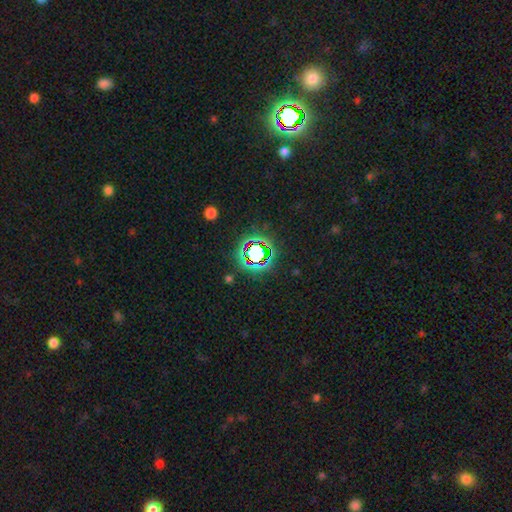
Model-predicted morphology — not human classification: smooth-or-featured: star or artifact: 73% | smooth: 16% | featured or disk: 11%